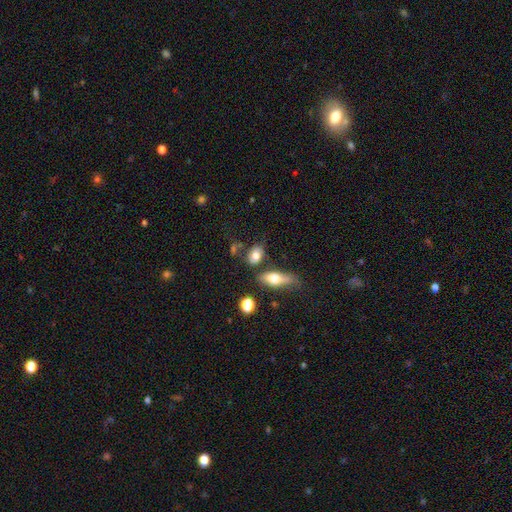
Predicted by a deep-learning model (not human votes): Morphology: type=smooth (75%); roundness=in between (82%); merging=none (60%).